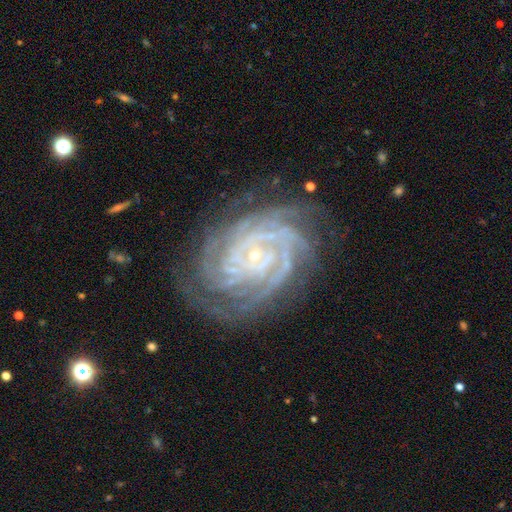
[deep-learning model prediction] Smooth or featured? Predicted: featured or disk (p=0.91). Edge-on disk? Predicted: no (p=0.98). Bar? Predicted: no (p=0.67). Spiral arms? Predicted: yes (p=0.99). Spiral winding? Predicted: tight (p=0.83). Spiral arm count? Predicted: 4 (p=0.31). Bulge size? Predicted: small (p=0.86). Merging? Predicted: none (p=0.76).